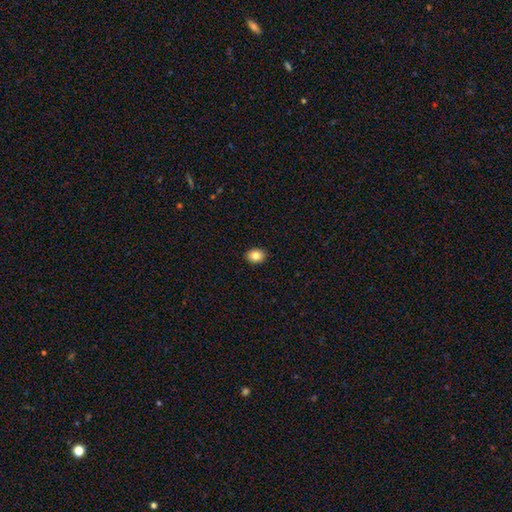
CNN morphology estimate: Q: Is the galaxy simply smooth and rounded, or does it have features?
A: smooth — 84%.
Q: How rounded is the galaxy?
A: in between — 57%.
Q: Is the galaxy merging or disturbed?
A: none — 91%.